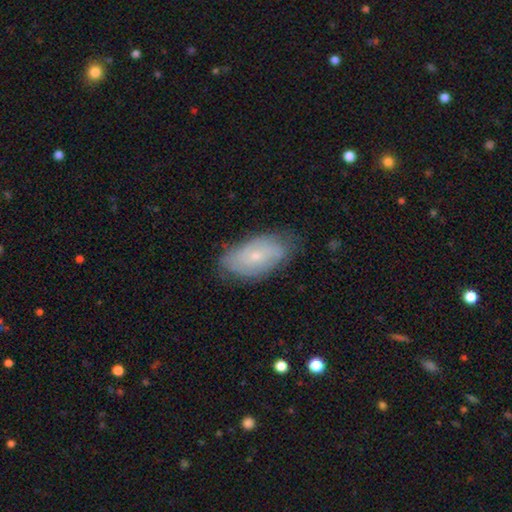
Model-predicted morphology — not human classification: featured or disk 49%, smooth 43%, star or artifact 7%. Down the decision tree: merging — none (72%).